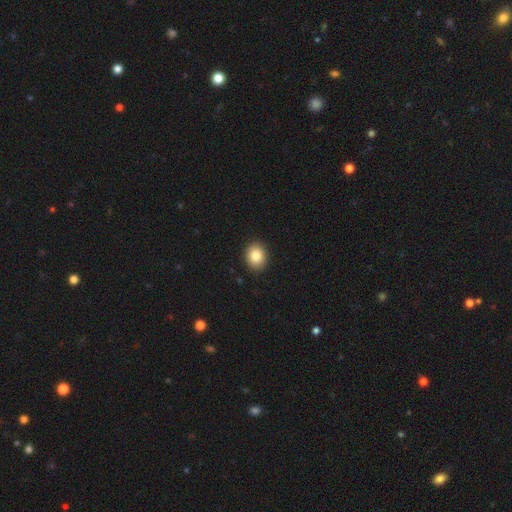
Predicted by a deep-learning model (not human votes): The model was most divided on "how rounded": round: 57%, in between: 42%, cigar-shaped: 1%. More confident: merging — none (91%); smooth or featured — smooth (84%).